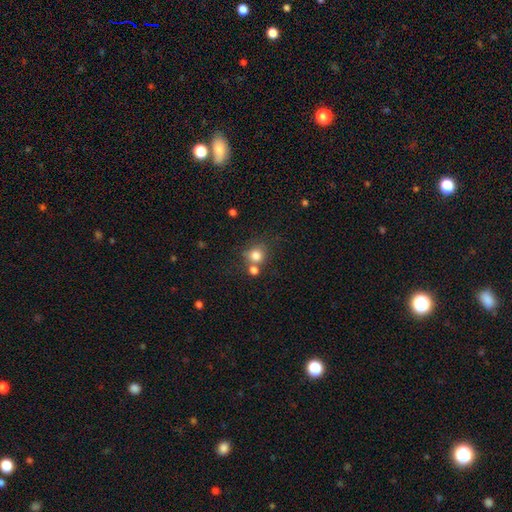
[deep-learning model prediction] This appears to be a smooth galaxy with no disk features (80%) that is round (85%). Merging: none (57%).